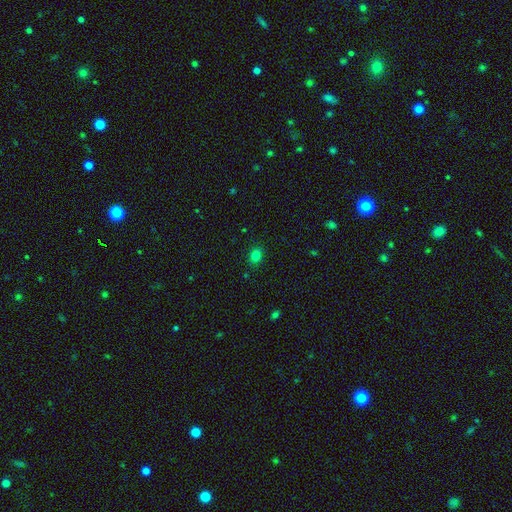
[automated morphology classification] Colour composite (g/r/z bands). It shows a smooth galaxy with no disk features (80%) that is round (52%). Merging: none (87%).